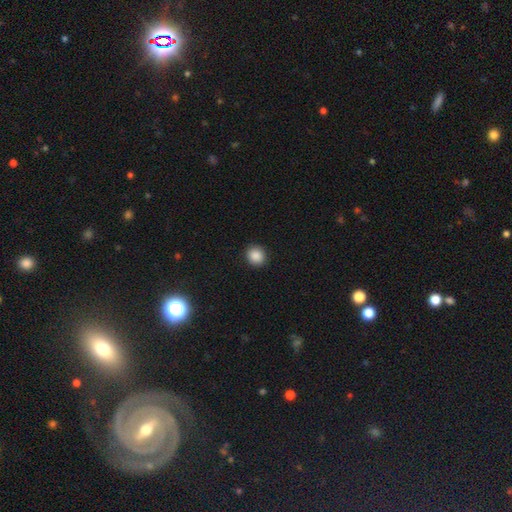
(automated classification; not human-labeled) smooth_or_featured: smooth (p=0.87) [alt: star or artifact p=0.10]
how_rounded: round (p=0.82) [alt: in between p=0.17]
merging: none (p=0.91) [alt: minor disturbance p=0.06]